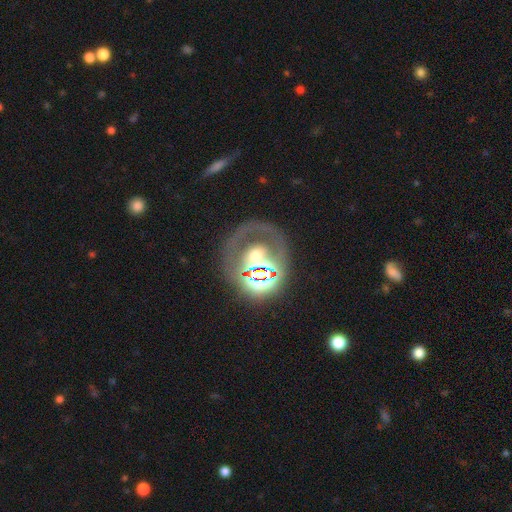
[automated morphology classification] Overall: featured or disk (43%; star or artifact 32%). Merging: none (59%).